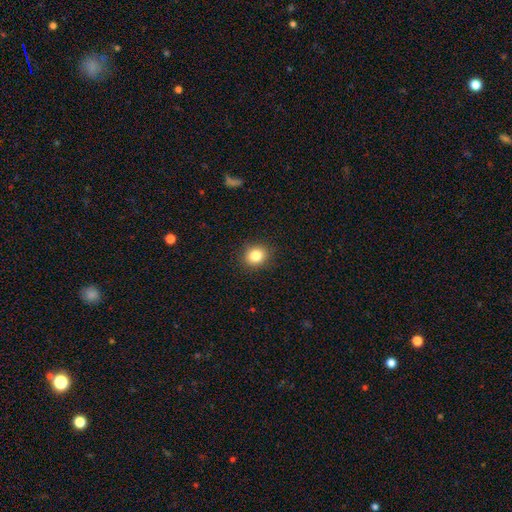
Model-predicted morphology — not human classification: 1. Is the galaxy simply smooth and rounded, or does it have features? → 84% smooth, 10% star or artifact, 6% featured or disk.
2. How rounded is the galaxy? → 75% round, 24% in between, 1% cigar-shaped.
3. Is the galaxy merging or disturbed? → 90% none, 7% minor disturbance, 2% major disturbance, 1% merger.